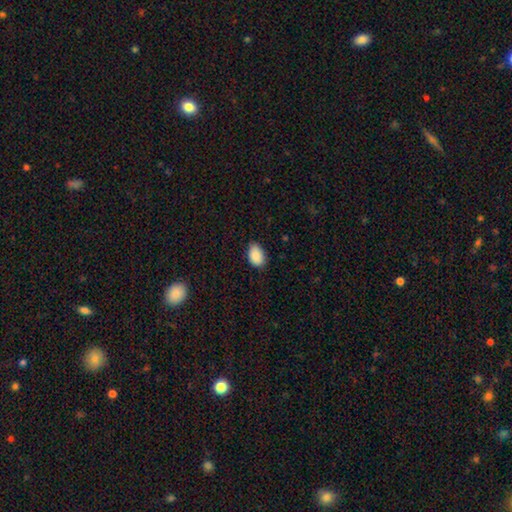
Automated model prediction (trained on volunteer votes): Morphology: type=smooth (89%); roundness=in between (87%); merging=none (77%).